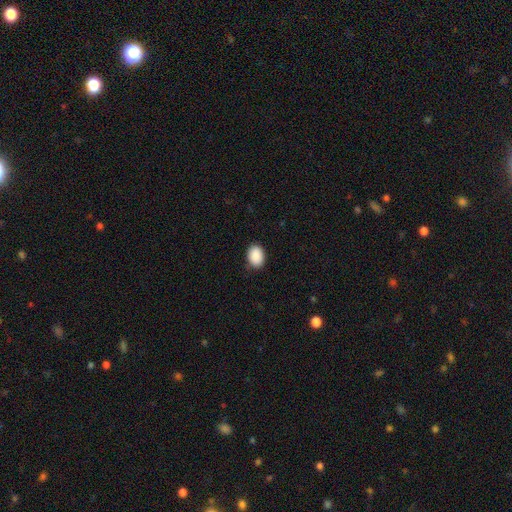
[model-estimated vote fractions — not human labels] This is clearly a smooth galaxy (90%). How rounded: likely in between (76%). Merging: clearly none (85%).